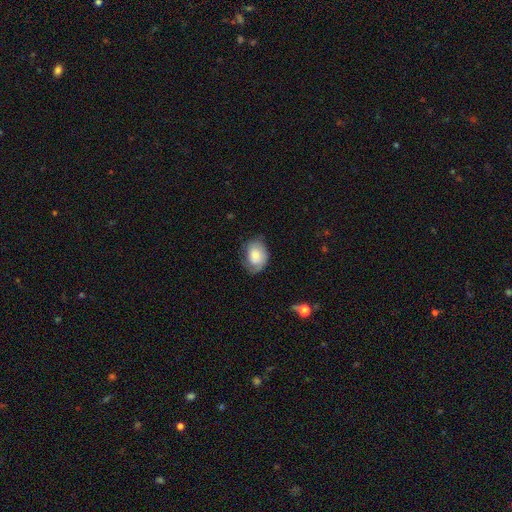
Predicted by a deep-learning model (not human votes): Overall: smooth (68%). How rounded: in between (72%). Merging: none (54%; minor disturbance 32%).